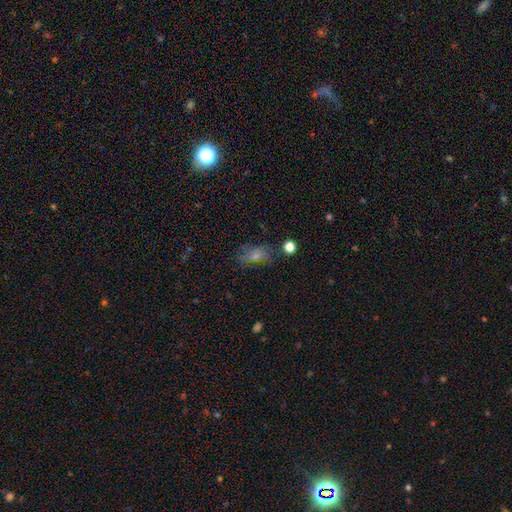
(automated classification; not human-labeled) Morphology: type=smooth (67%); roundness=in between (83%); merging=none (60%).